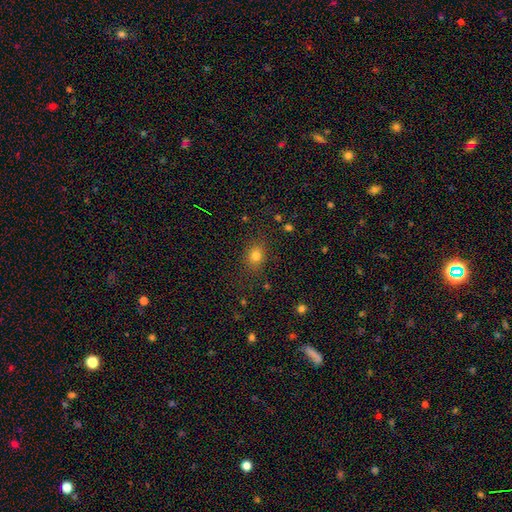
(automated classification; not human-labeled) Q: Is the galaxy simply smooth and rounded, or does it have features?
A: smooth — 78%.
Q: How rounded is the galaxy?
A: round — 57%.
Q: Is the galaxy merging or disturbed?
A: none — 83%.